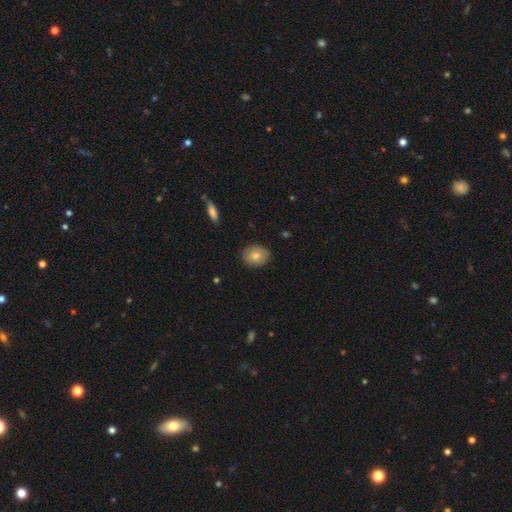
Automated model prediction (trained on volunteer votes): Morphology: type=smooth (74%); roundness=in between (50%); merging=none (87%).